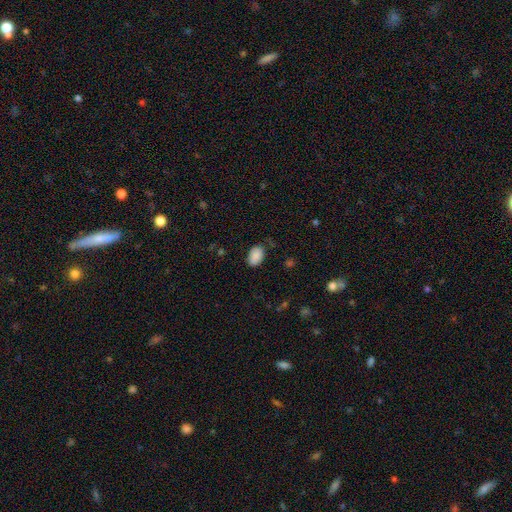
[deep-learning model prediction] smooth 88%, star or artifact 7%, featured or disk 4%. Down the decision tree: how rounded — in between (90%); merging — none (77%).